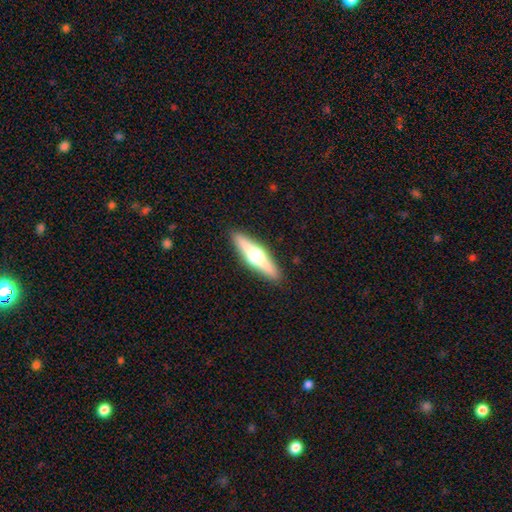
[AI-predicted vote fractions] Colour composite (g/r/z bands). It shows a featured or disk galaxy (64%) viewed edge-on (96%) with a rounded central bulge (96%). Merging: none (90%).